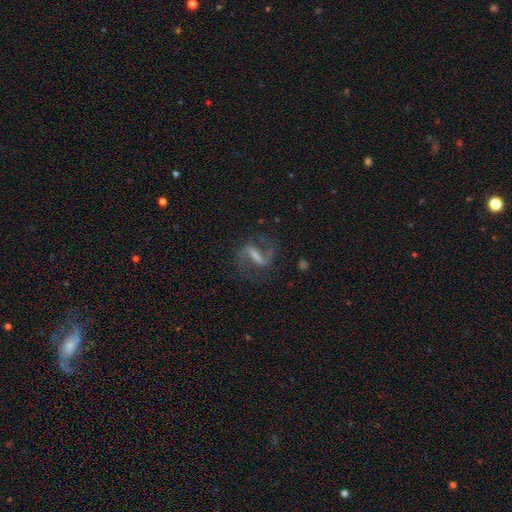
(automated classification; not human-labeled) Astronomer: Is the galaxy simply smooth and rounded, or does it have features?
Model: featured or disk — 80%.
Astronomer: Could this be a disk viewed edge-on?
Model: no — 93%.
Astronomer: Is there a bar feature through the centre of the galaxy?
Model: strong — 64%.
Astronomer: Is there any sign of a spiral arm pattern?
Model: yes — 93%.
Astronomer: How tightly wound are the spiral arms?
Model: loose — 49% (runner-up: medium, 41%).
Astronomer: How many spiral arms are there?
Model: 2 — 90%.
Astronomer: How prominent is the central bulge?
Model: none — 40% (runner-up: small, 30%).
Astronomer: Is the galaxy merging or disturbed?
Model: none — 76%.